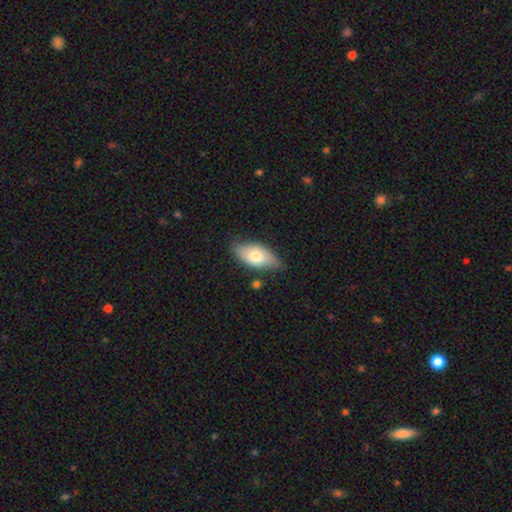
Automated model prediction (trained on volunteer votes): smooth_or_featured: smooth (p=0.69) [alt: featured or disk p=0.25]
how_rounded: in between (p=0.90) [alt: cigar-shaped p=0.07]
merging: none (p=0.71) [alt: minor disturbance p=0.22]